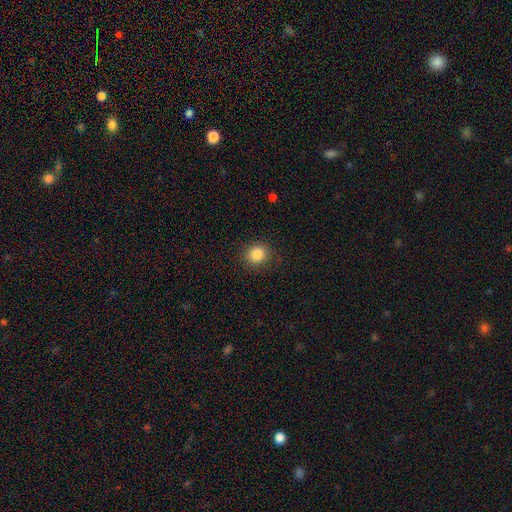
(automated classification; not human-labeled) The model was most divided on "smooth or featured": smooth: 85%, star or artifact: 11%, featured or disk: 4%. More confident: merging — none (90%); how rounded — round (89%).